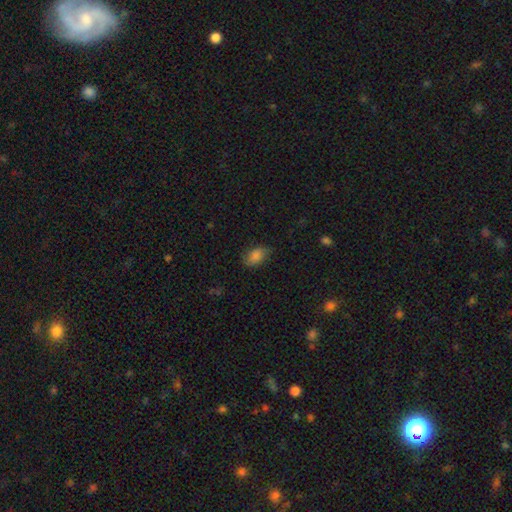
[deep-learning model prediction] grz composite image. It shows a smooth galaxy with no disk features (78%) that is in between round and cigar-shaped (84%). Merging: none (71%).